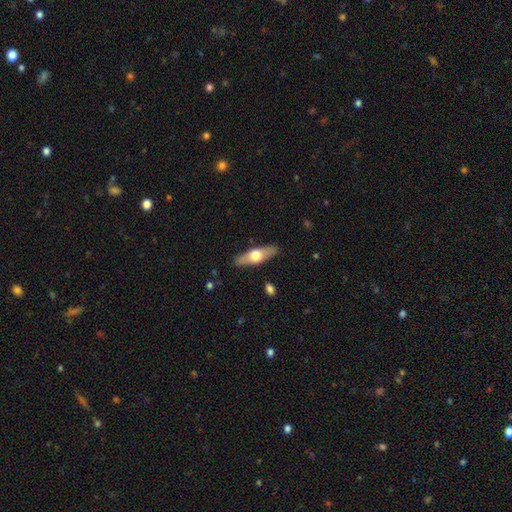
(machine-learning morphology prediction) smooth_or_featured: featured or disk (p=0.49) [alt: smooth p=0.46]
merging: none (p=0.88) [alt: minor disturbance p=0.09]